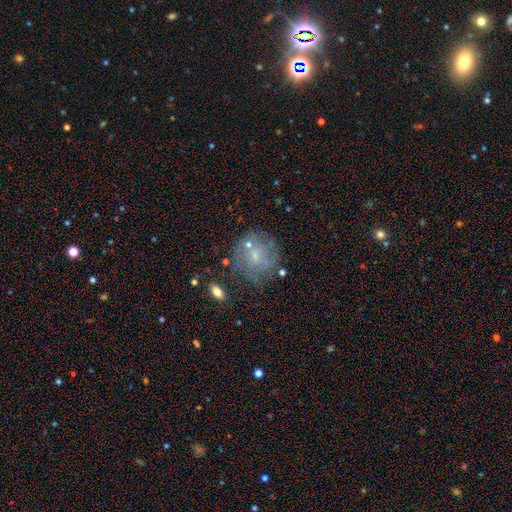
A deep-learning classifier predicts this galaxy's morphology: A featured or disk galaxy (47%). Merging: none (60%).